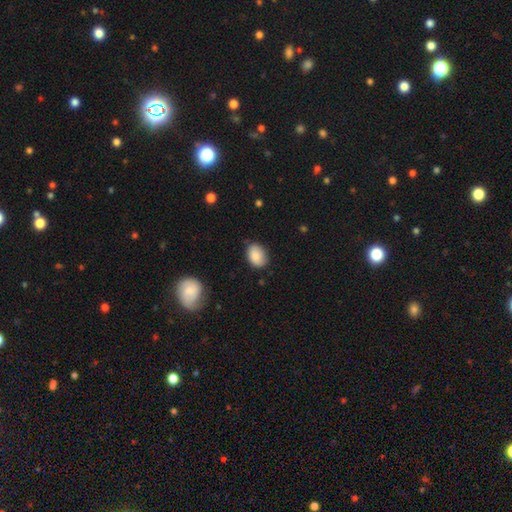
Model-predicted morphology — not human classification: Smooth or featured? Predicted: smooth (p=0.85). How rounded? Predicted: in between (p=0.79). Merging? Predicted: none (p=0.74).